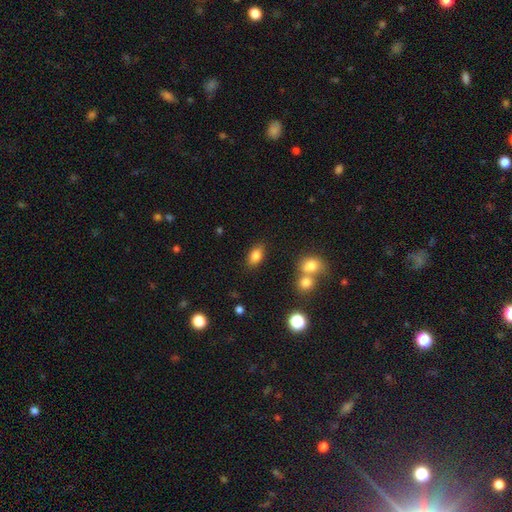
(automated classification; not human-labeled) This is clearly a smooth galaxy (82%). How rounded: clearly in between (87%). Merging: clearly none (81%).